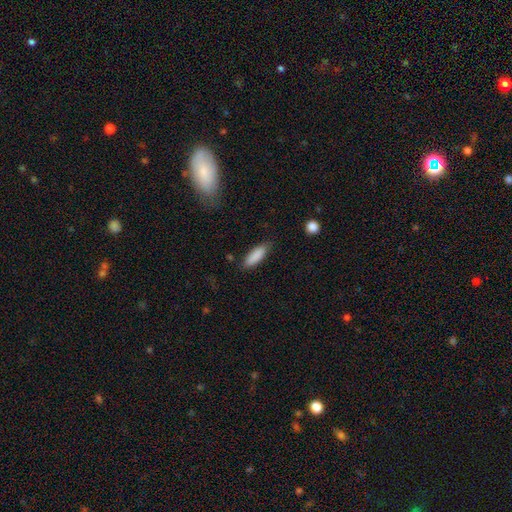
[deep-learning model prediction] Q: Smooth or featured?
A: smooth (88%); runner-up: star or artifact (6%)
Q: How rounded?
A: in between (60%); runner-up: cigar-shaped (38%)
Q: Merging?
A: none (78%); runner-up: minor disturbance (17%)